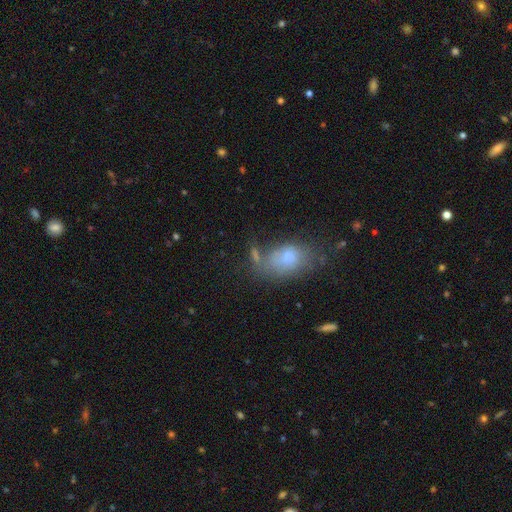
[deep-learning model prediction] This is likely a smooth galaxy (70%). How rounded: clearly in between (86%). Merging: marginally none (44%).